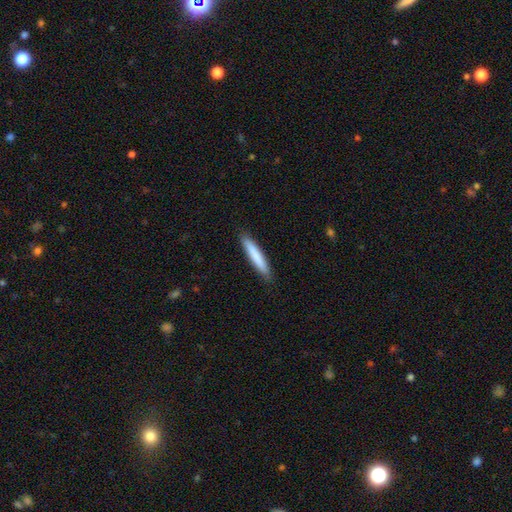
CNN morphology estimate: type=smooth (80%); roundness=cigar-shaped (93%); merging=none (89%).